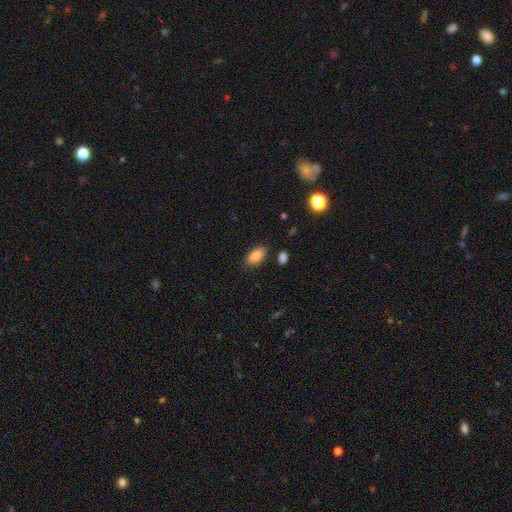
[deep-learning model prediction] smooth-or-featured: smooth: 85% | star or artifact: 8% | featured or disk: 7%
  how-rounded: in between: 91% | cigar-shaped: 4% | round: 4%
  merging: none: 84% | minor disturbance: 11% | merger: 3% | major disturbance: 3%